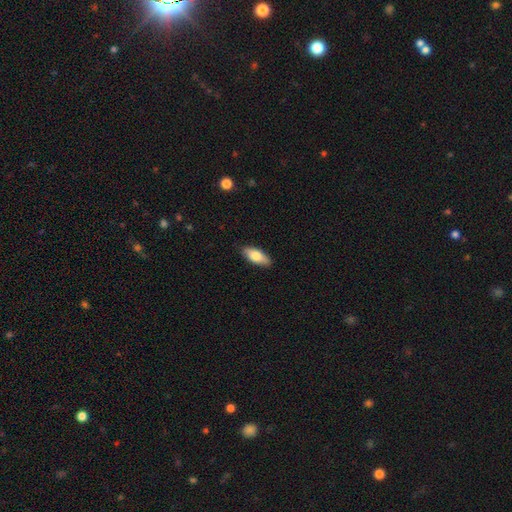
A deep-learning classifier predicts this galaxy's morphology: Smooth or featured?
  - smooth: 79% *
  - featured or disk: 15%
  - star or artifact: 6%
How rounded?
  - in between: 82% *
  - cigar-shaped: 16%
  - round: 2%
Merging?
  - none: 87% *
  - minor disturbance: 10%
  - major disturbance: 2%
  - merger: 1%